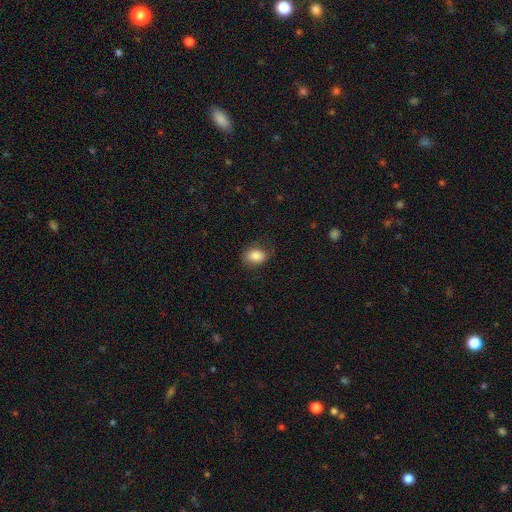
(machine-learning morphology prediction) Smooth or featured? Predicted: smooth (p=0.85). How rounded? Predicted: in between (p=0.70). Merging? Predicted: none (p=0.77).